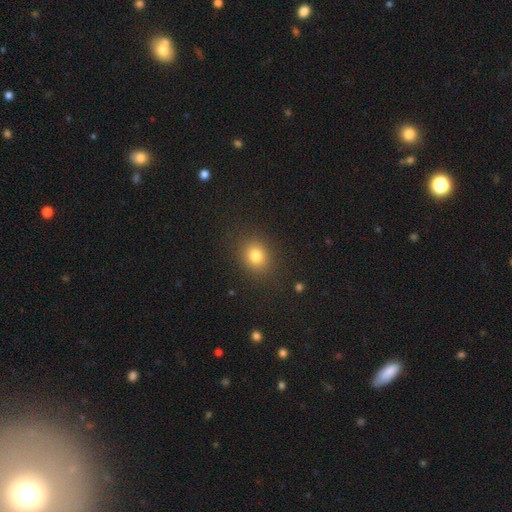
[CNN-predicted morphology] type=smooth (80%); roundness=round (63%); merging=none (87%).